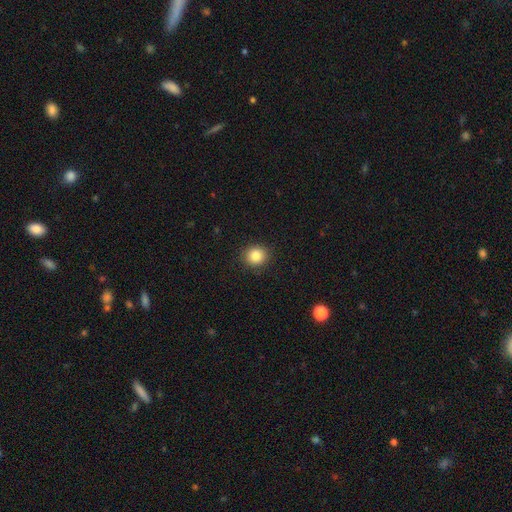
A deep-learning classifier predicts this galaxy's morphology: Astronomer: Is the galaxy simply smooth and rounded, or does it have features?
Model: smooth — 84%.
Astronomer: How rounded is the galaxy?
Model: round — 86%.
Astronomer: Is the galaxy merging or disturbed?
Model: none — 90%.